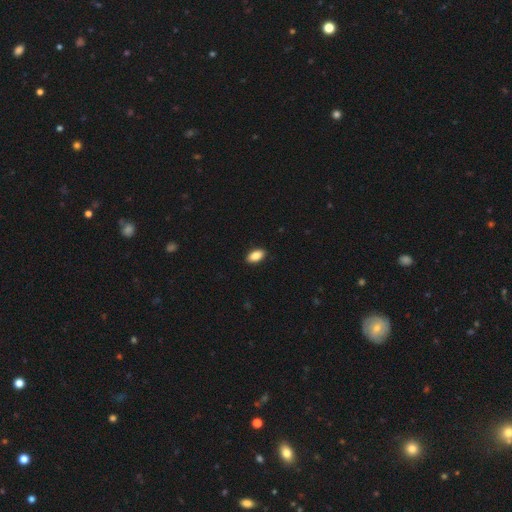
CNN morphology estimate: The model was most divided on "smooth or featured": smooth: 89%, star or artifact: 7%, featured or disk: 4%. More confident: how rounded — in between (93%); merging — none (90%).